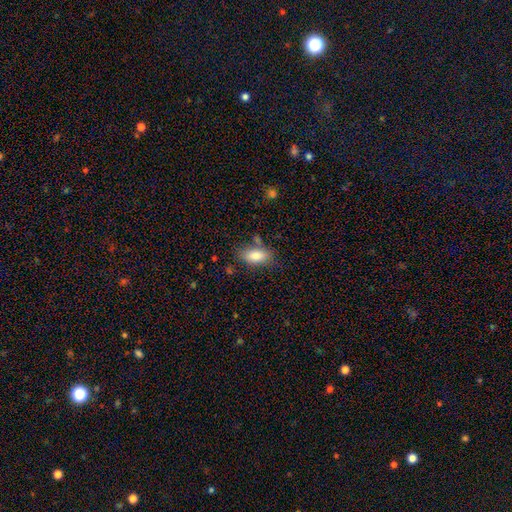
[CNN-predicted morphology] This is clearly a smooth galaxy (83%). How rounded: clearly in between (88%). Merging: likely none (72%).